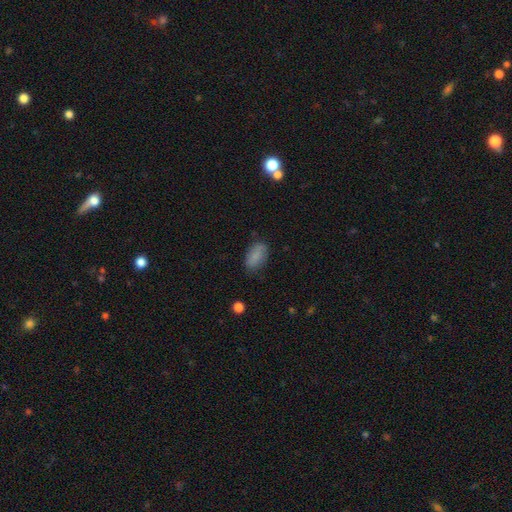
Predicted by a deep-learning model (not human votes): This is clearly a smooth galaxy (83%). How rounded: clearly in between (91%). Merging: likely none (77%).